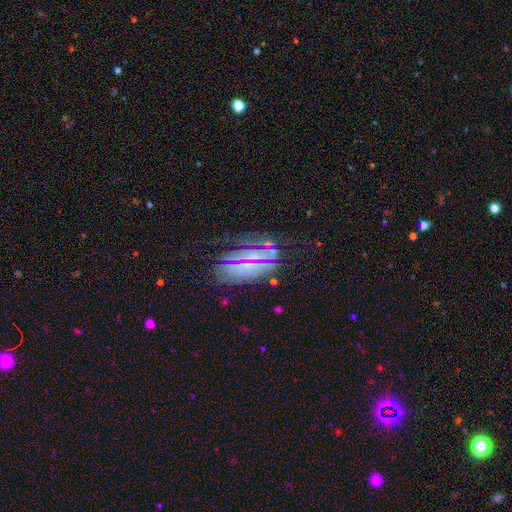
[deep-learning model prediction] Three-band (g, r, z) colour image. It shows a star or artifact, not a galaxy (37%).